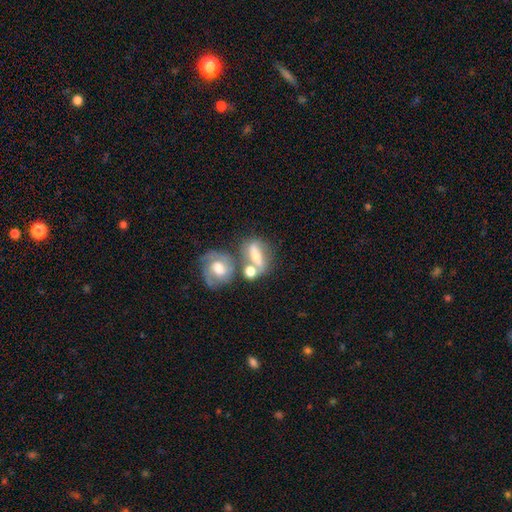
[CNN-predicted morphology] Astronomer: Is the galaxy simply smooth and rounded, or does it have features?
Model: featured or disk — 48% (runner-up: smooth, 43%).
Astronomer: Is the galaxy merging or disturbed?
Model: none — 42% (runner-up: merger, 36%).